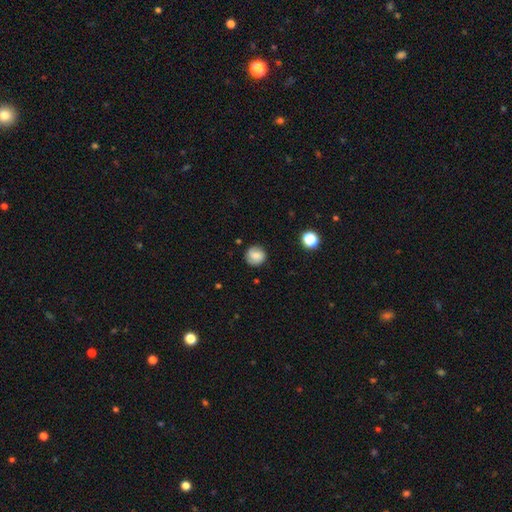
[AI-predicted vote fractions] Smooth or featured? Predicted: smooth (p=0.77). How rounded? Predicted: round (p=0.91). Merging? Predicted: none (p=0.83).